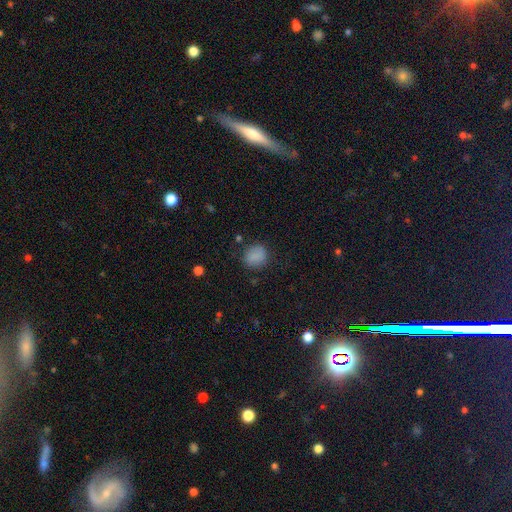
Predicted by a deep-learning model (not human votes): This is clearly a smooth galaxy (84%). How rounded: likely round (74%). Merging: clearly none (82%).